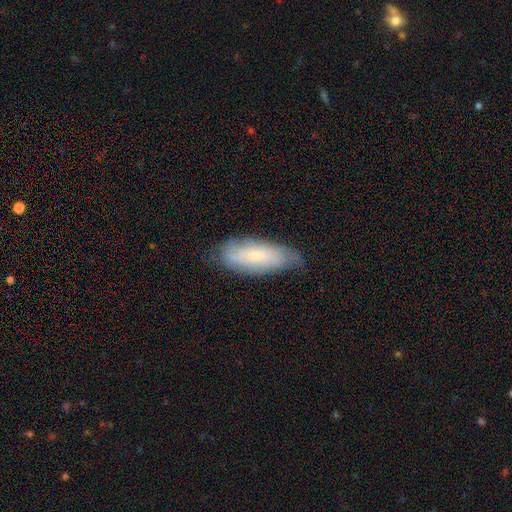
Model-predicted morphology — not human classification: Smooth or featured? smooth (50%)
How rounded? in between (75%)
Merging? none (66%)